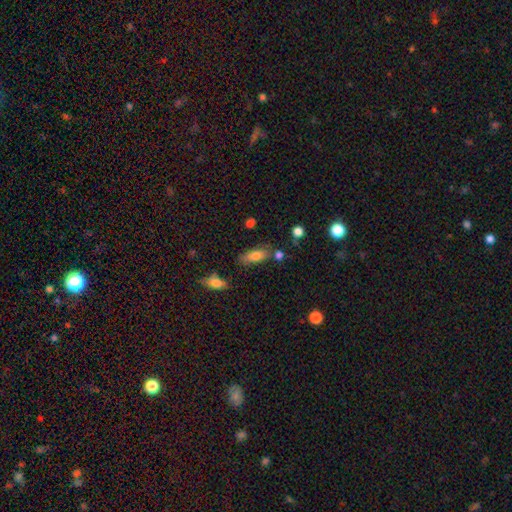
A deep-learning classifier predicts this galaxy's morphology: The model was most divided on "merging": none: 64%, minor disturbance: 20%, merger: 10%, major disturbance: 6%. More confident: smooth or featured — smooth (76%); how rounded — in between (74%).